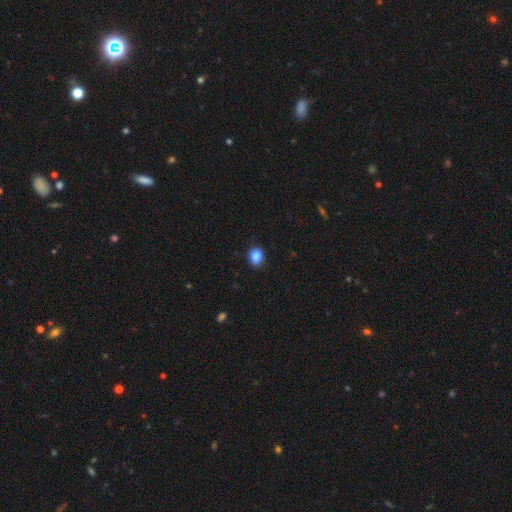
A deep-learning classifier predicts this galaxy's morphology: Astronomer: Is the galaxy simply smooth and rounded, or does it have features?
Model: smooth — 86%.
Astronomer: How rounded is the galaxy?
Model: round — 51% (runner-up: in between, 48%).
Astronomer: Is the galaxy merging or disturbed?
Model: none — 89%.